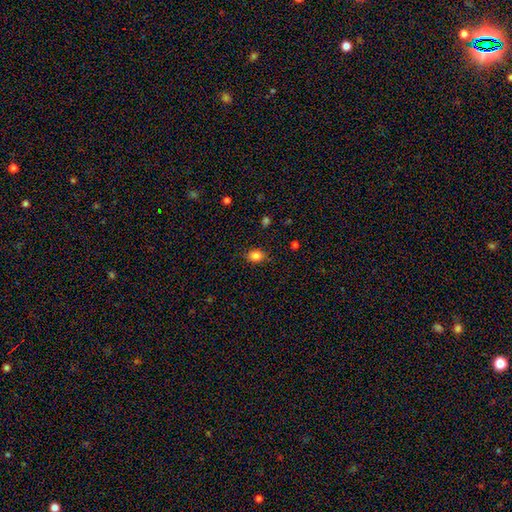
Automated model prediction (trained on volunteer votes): This is clearly a smooth galaxy (84%). How rounded: likely in between (61%). Merging: clearly none (84%).